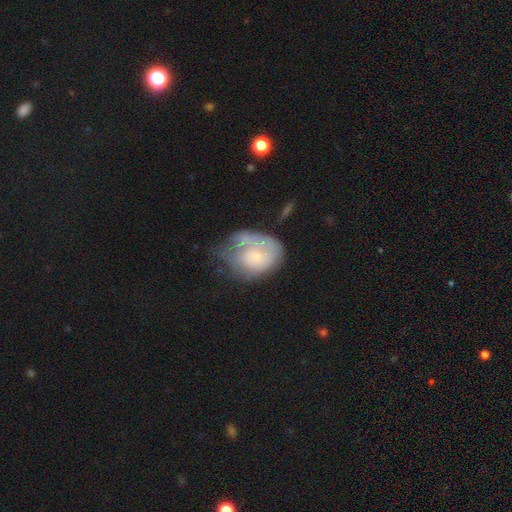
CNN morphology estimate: Smooth or featured?
  - smooth: 47% *
  - featured or disk: 45%
  - star or artifact: 8%
Merging?
  - none: 31% * (tied)
  - minor disturbance: 31% * (tied)
  - major disturbance: 31% * (tied)
  - merger: 8%